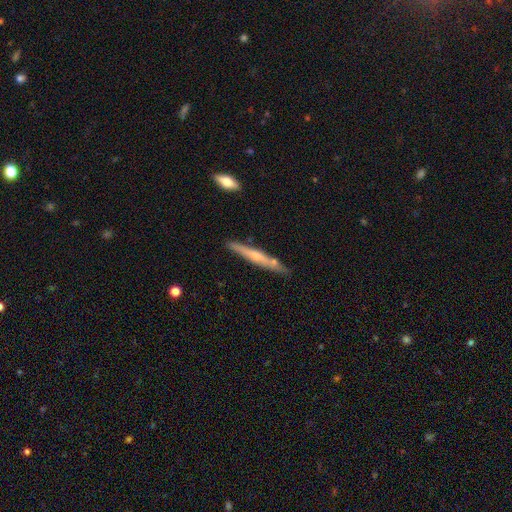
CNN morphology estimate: The model was most divided on "smooth or featured": featured or disk: 51%, smooth: 43%, star or artifact: 6%. More confident: edge-on disk — yes (94%); merging — none (80%).